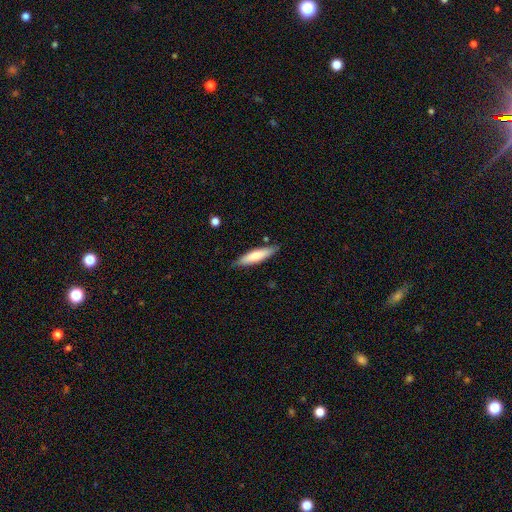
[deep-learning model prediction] A smooth galaxy with no disk features (70%) that is cigar-shaped (75%).

Vote fractions:
- Smooth or featured? smooth: 70% / featured or disk: 25% / star or artifact: 6%
- How rounded? cigar-shaped: 75% / in between: 24% / round: 1%
- Merging? none: 84% / minor disturbance: 12% / major disturbance: 2% / merger: 2%